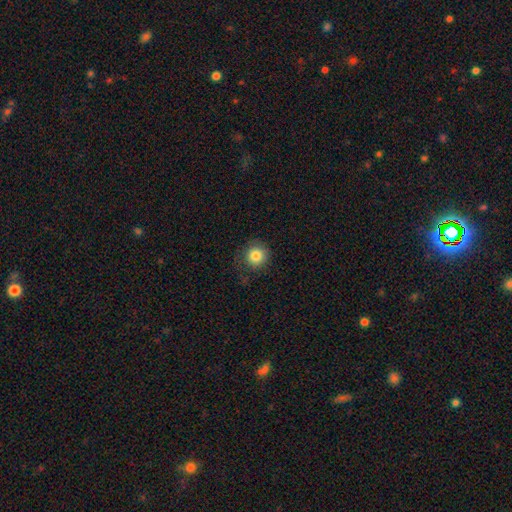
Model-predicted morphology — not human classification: Smooth or featured?
  - smooth: 83% *
  - star or artifact: 10%
  - featured or disk: 7%
How rounded?
  - round: 92% *
  - in between: 7%
  - cigar-shaped: 1%
Merging?
  - none: 79% *
  - minor disturbance: 15%
  - major disturbance: 5%
  - merger: 1%